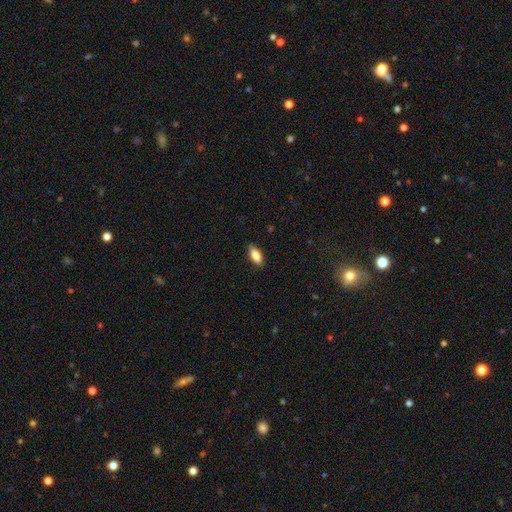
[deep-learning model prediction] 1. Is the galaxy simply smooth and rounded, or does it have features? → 83% smooth, 11% featured or disk, 7% star or artifact.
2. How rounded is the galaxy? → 79% in between, 19% cigar-shaped, 2% round.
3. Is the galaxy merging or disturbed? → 87% none, 10% minor disturbance, 2% major disturbance, 1% merger.